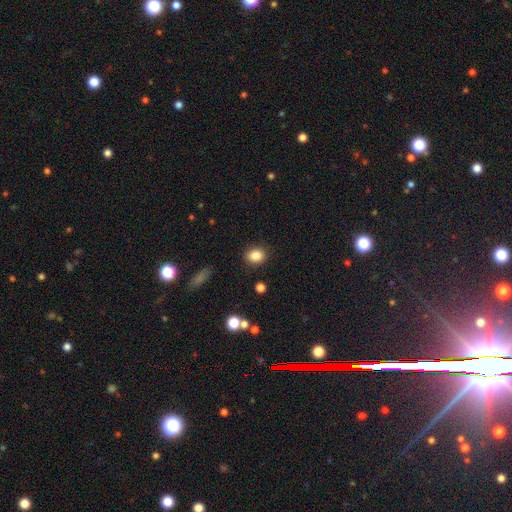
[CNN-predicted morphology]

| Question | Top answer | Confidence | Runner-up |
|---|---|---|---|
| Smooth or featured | smooth | 85% | star or artifact (10%) |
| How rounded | in between | 50% | round (49%) |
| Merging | none | 87% | minor disturbance (9%) |